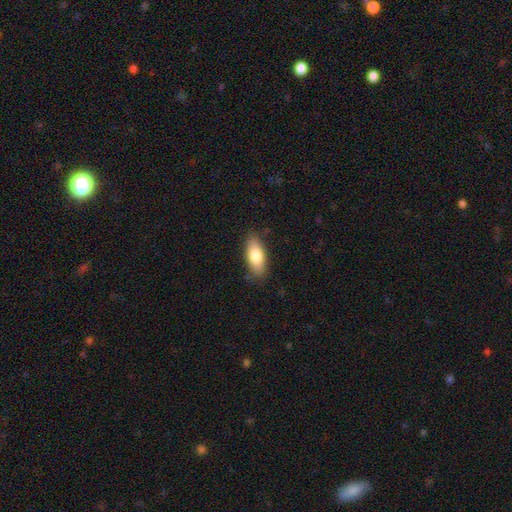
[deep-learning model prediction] This appears to be a smooth galaxy with no disk features (78%) that is in between round and cigar-shaped (81%). Merging: none (84%).